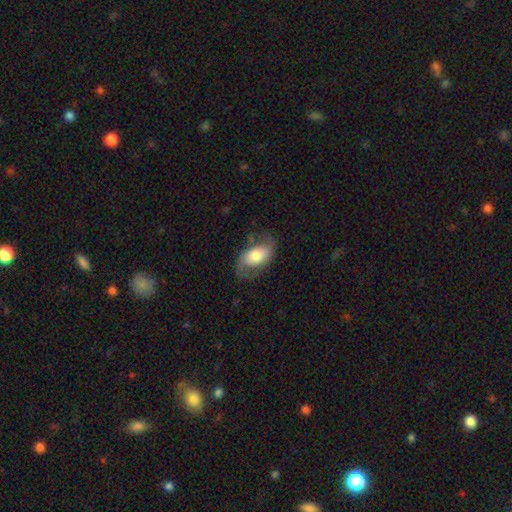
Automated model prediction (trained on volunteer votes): Smooth or featured: smooth — 48% (featured or disk — 45%)
Merging: none — 63% (minor disturbance — 22%)